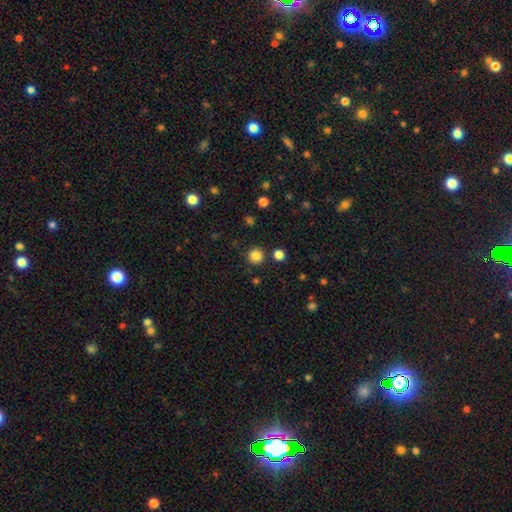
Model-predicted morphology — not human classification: This appears to be a smooth galaxy with no disk features (84%) that is round (95%). Merging: none (88%).